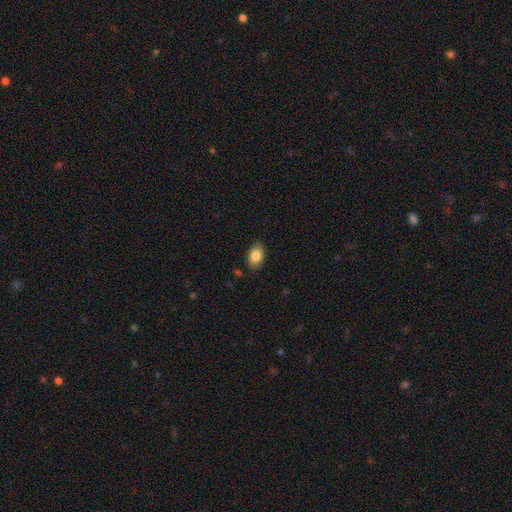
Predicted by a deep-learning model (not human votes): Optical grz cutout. It shows a smooth galaxy with no disk features (85%) that is in between round and cigar-shaped (88%). Merging: none (85%).